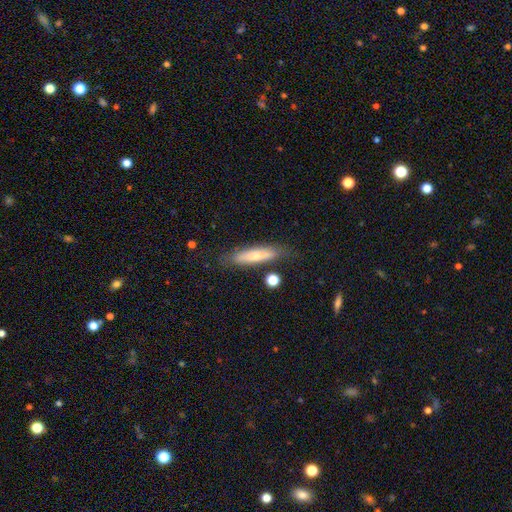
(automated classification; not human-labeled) Smooth or featured? Predicted: smooth (p=0.62). How rounded? Predicted: cigar-shaped (p=0.77). Merging? Predicted: none (p=0.78).